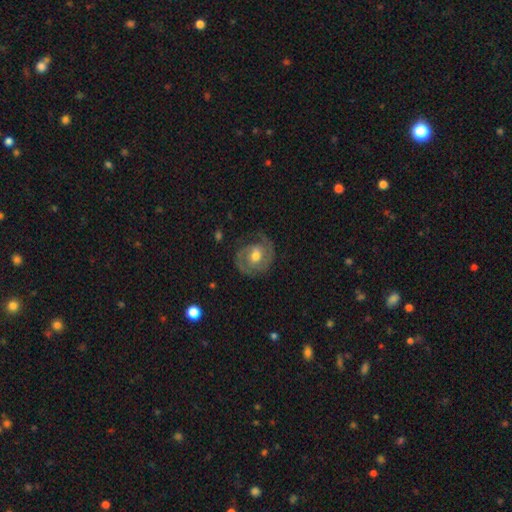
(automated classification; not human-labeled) This is likely a featured or disk galaxy (73%). It is clearly not viewed edge-on (97%). Bar: possibly no (54%). Spiral arm pattern: clearly yes (88%). Spiral arm count: likely 2 (68%). Spiral winding: possibly tight (46%). Central bulge: likely moderate (73%). Merging: likely none (68%).